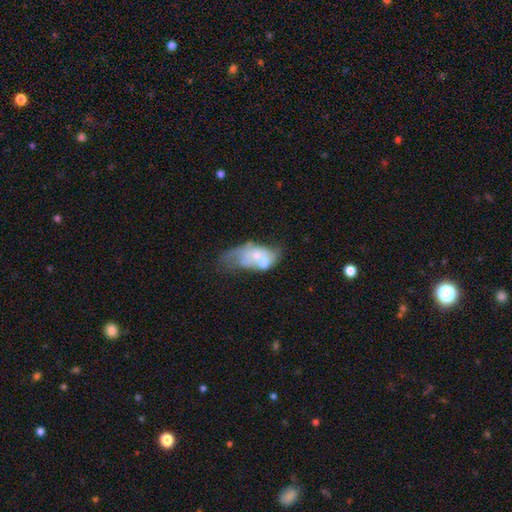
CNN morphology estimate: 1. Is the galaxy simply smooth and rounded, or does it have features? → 50% featured or disk, 41% smooth, 9% star or artifact.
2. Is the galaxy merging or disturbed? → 44% merger, 24% major disturbance, 16% none, 16% minor disturbance.